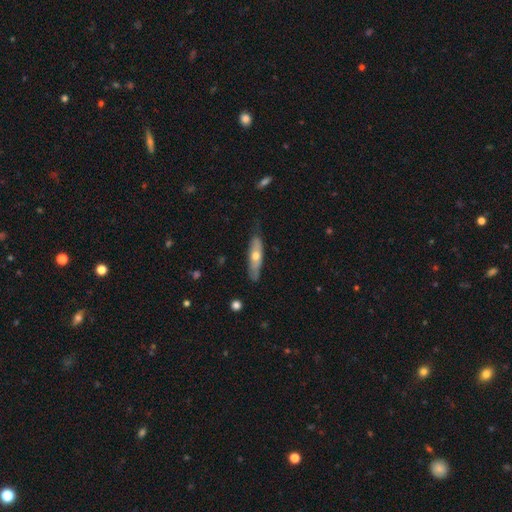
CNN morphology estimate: Smooth or featured? Predicted: smooth (p=0.51). How rounded? Predicted: cigar-shaped (p=0.64). Merging? Predicted: none (p=0.71).